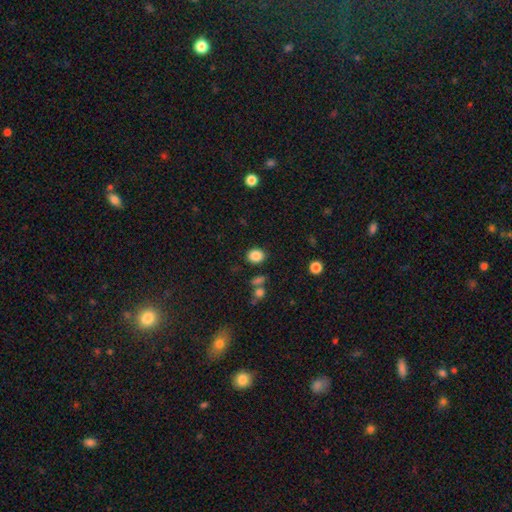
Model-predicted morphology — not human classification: Smooth or featured?
  - smooth: 86% *
  - star or artifact: 10%
  - featured or disk: 4%
How rounded?
  - round: 51% *
  - in between: 48%
  - cigar-shaped: 1%
Merging?
  - none: 84% *
  - minor disturbance: 9%
  - merger: 4%
  - major disturbance: 3%